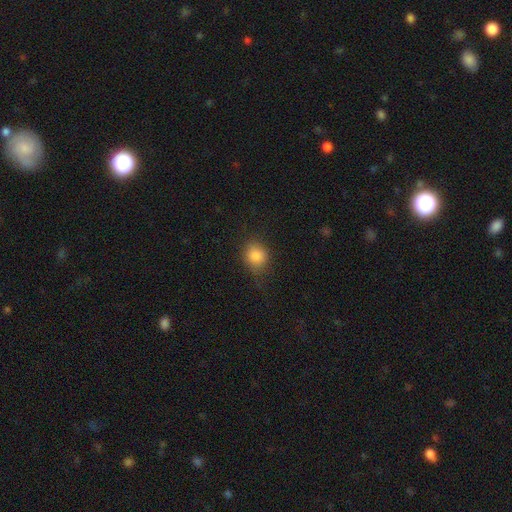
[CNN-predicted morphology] Overall: smooth (85%). How rounded: round (71%). Merging: none (73%).